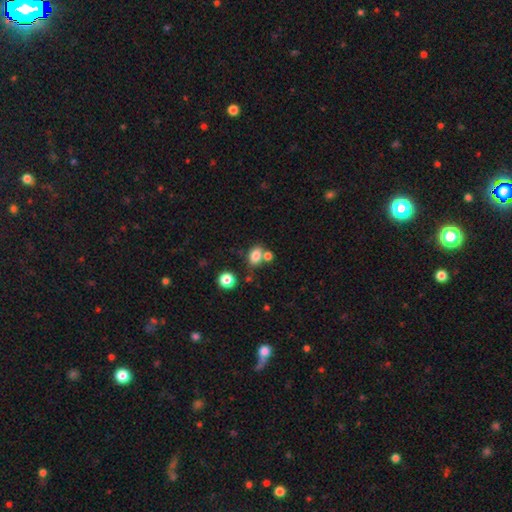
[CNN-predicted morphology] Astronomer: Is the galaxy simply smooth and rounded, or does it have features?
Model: smooth — 81%.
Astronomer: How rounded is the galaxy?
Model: in between — 73%.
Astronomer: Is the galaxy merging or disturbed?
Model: none — 56%.